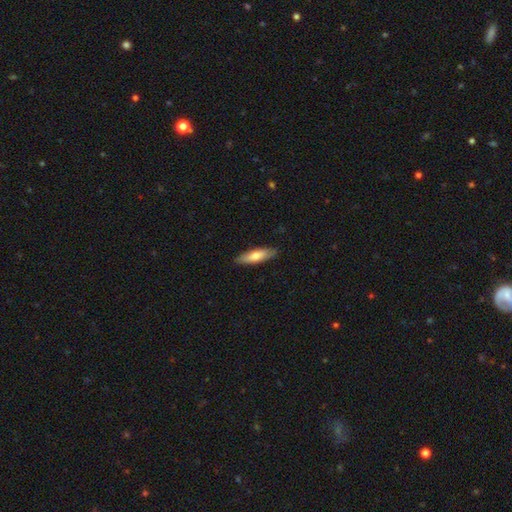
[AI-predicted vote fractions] A smooth galaxy with no disk features (70%) that is cigar-shaped (62%).

Vote fractions:
- Smooth or featured? smooth: 70% / featured or disk: 25% / star or artifact: 5%
- How rounded? cigar-shaped: 62% / in between: 36% / round: 2%
- Merging? none: 88% / minor disturbance: 9% / major disturbance: 2% / merger: 1%